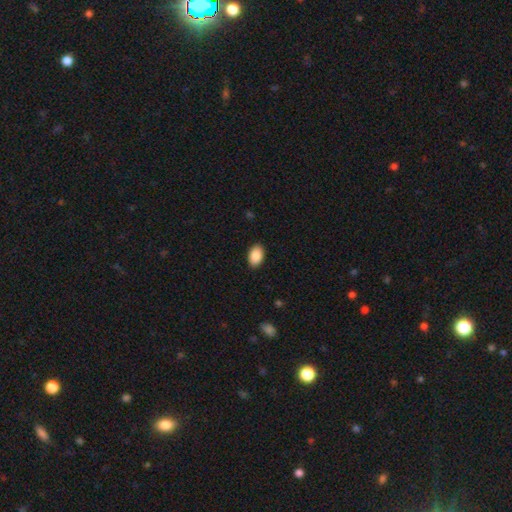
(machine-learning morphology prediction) This appears to be a smooth galaxy with no disk features (89%) that is in between round and cigar-shaped (92%). Merging: none (90%).